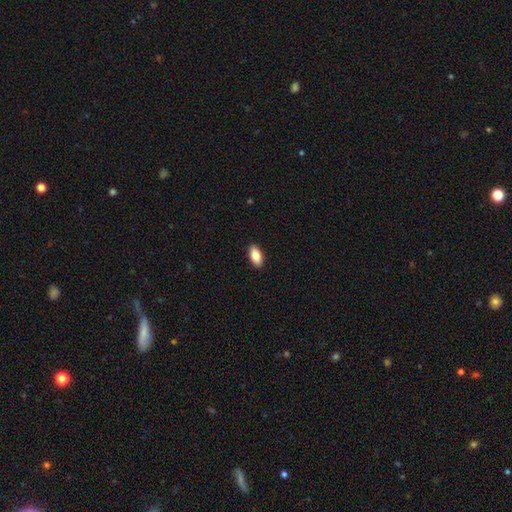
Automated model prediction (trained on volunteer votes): Q: Smooth or featured?
A: smooth (84%); runner-up: featured or disk (10%)
Q: How rounded?
A: in between (90%); runner-up: cigar-shaped (7%)
Q: Merging?
A: none (91%); runner-up: minor disturbance (7%)